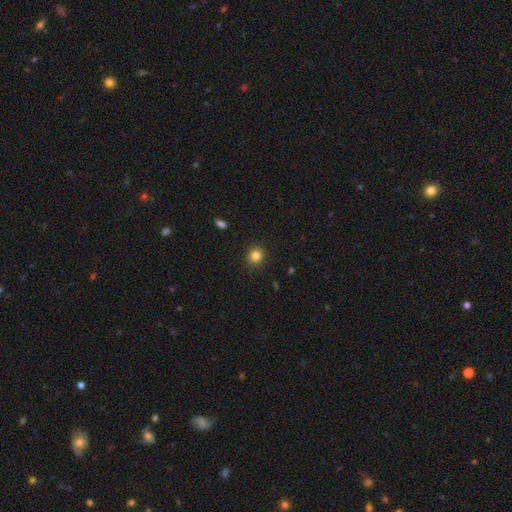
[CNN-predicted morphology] Smooth or featured? Predicted: smooth (p=0.83). How rounded? Predicted: round (p=0.85). Merging? Predicted: none (p=0.90).